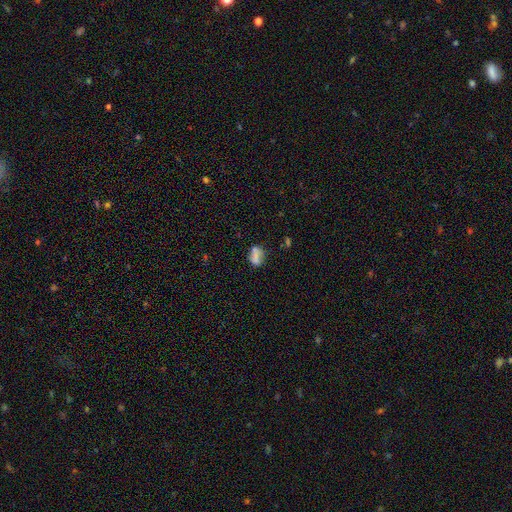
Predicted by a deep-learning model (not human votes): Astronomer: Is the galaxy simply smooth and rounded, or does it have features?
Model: smooth — 69%.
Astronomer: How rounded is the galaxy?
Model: in between — 72%.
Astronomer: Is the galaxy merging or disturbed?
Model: none — 55%.